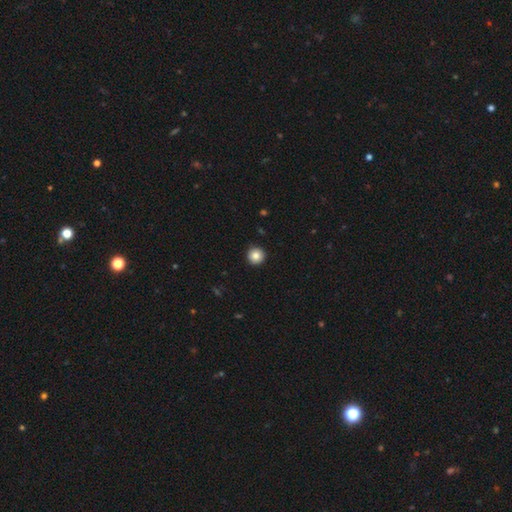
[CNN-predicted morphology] A smooth galaxy with no disk features (85%) that is round (96%). Merging: none (93%).